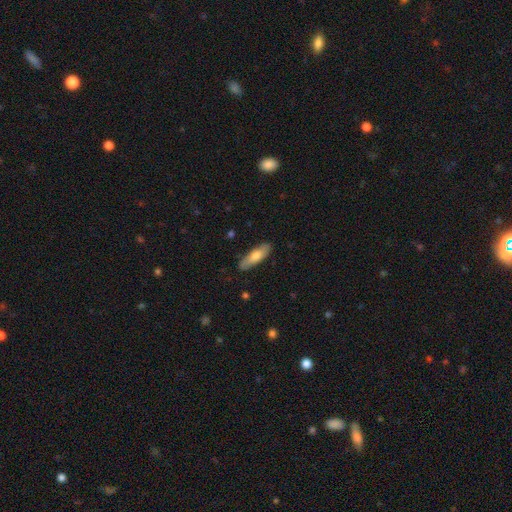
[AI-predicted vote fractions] Overall: smooth (69%). How rounded: cigar-shaped (55%; in between 44%). Merging: none (85%).